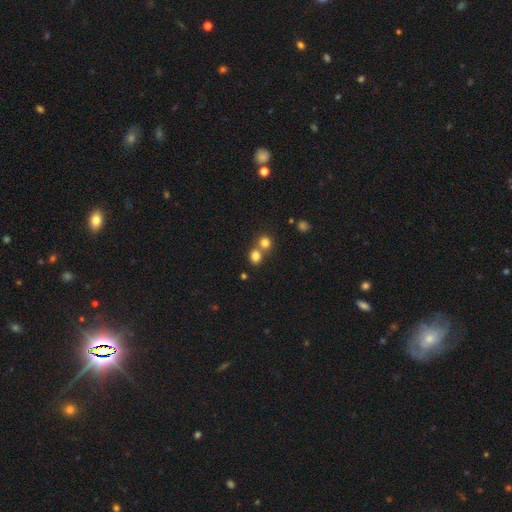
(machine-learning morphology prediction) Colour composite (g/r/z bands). It shows a smooth galaxy with no disk features (80%) that is round (69%). Merging: none (47%).